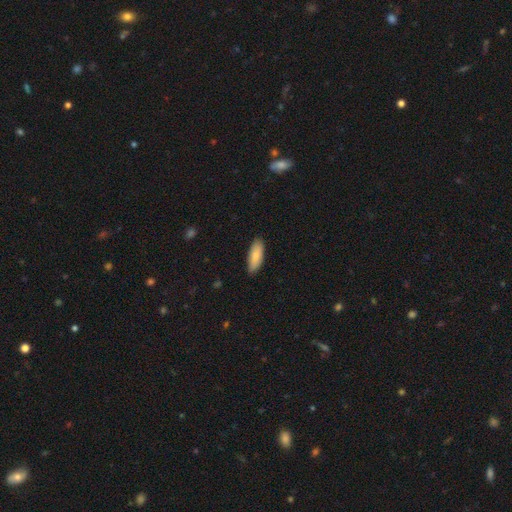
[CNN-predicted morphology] The model was most divided on "how rounded": in between: 68%, cigar-shaped: 30%, round: 2%. More confident: merging — none (87%); smooth or featured — smooth (84%).